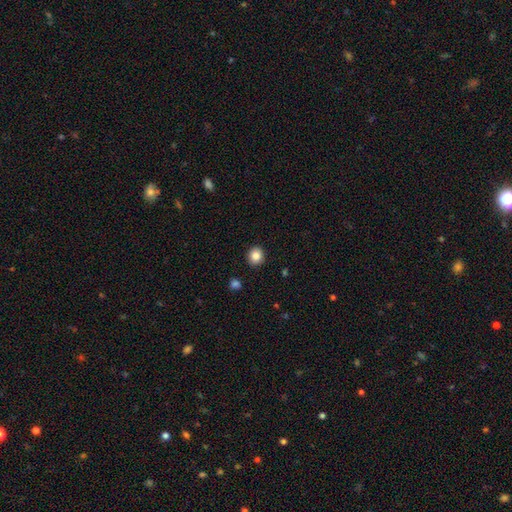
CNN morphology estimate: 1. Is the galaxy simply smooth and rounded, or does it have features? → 85% smooth, 10% star or artifact, 5% featured or disk.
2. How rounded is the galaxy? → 82% round, 18% in between, 1% cigar-shaped.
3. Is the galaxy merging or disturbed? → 92% none, 5% minor disturbance, 2% major disturbance, 1% merger.